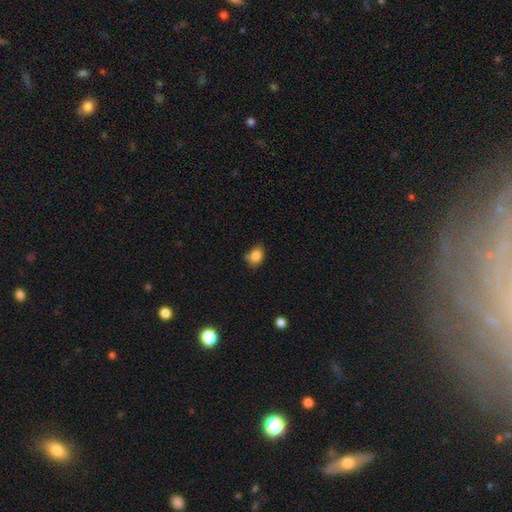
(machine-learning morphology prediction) smooth 83%, star or artifact 9%, featured or disk 7%. Down the decision tree: how rounded — in between (71%); merging — none (64%).